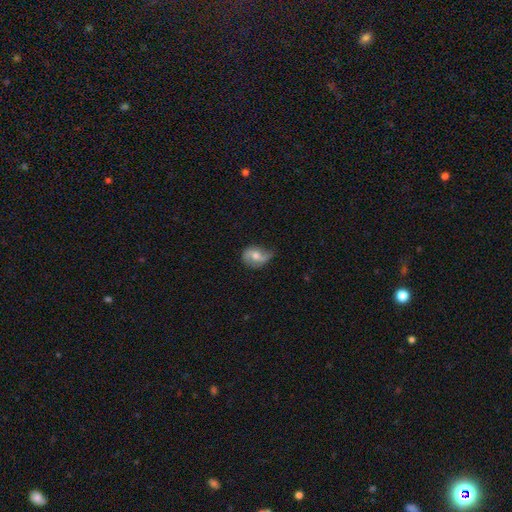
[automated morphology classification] The model was most divided on "bar": no: 51%, weak: 37%, strong: 12%. More confident: edge-on disk — no (96%); spiral arms — yes (88%); spiral arm count — 2 (82%); bulge size — moderate (68%); smooth or featured — featured or disk (65%); spiral winding — loose (59%); merging — none (56%).